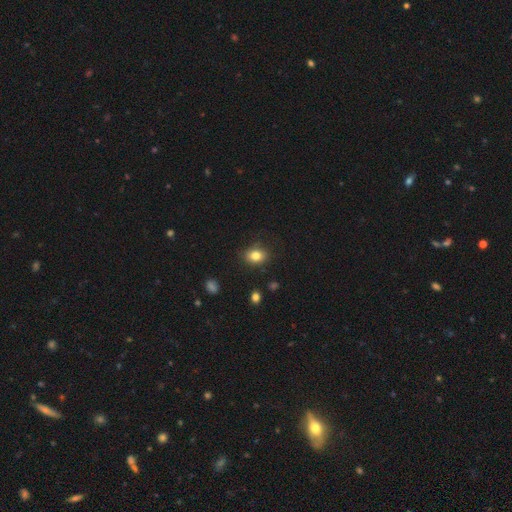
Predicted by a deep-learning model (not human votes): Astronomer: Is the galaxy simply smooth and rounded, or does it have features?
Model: smooth — 82%.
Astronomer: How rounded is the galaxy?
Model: in between — 53% (runner-up: round, 46%).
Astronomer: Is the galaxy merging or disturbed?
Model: none — 84%.